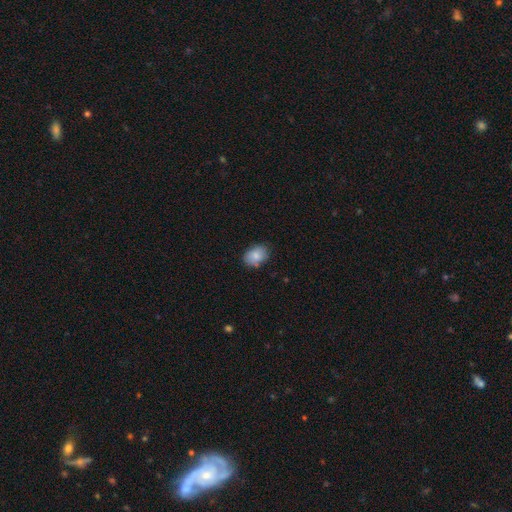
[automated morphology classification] This appears to be a smooth galaxy with no disk features (84%) that is in between round and cigar-shaped (74%). Merging: none (78%).